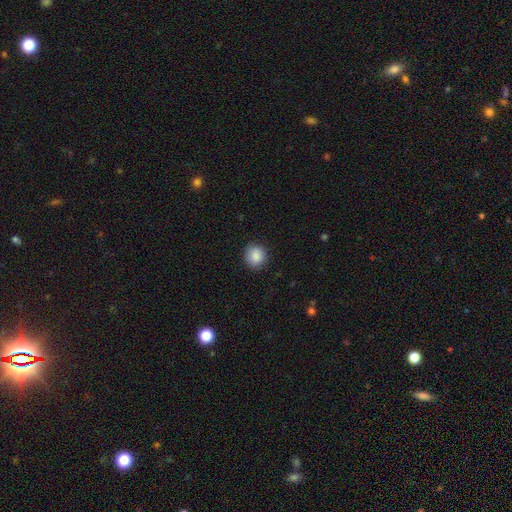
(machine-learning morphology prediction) A smooth galaxy with no disk features (88%) that is round (86%). Merging: none (90%).